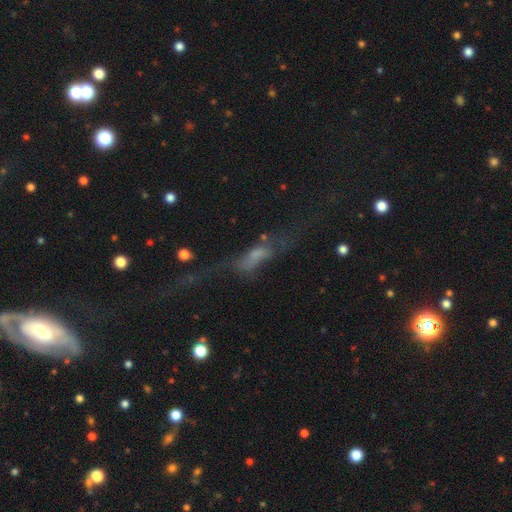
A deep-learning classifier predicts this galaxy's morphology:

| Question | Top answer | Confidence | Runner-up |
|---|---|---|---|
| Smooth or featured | smooth | 44% | featured or disk (39%) |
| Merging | major disturbance | 45% | none (24%) |